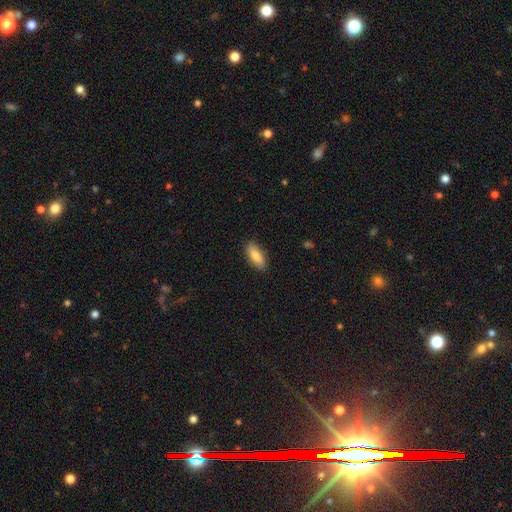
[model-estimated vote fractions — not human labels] smooth_or_featured: smooth (p=0.81) [alt: featured or disk p=0.13]
how_rounded: in between (p=0.77) [alt: cigar-shaped p=0.21]
merging: none (p=0.87) [alt: minor disturbance p=0.10]